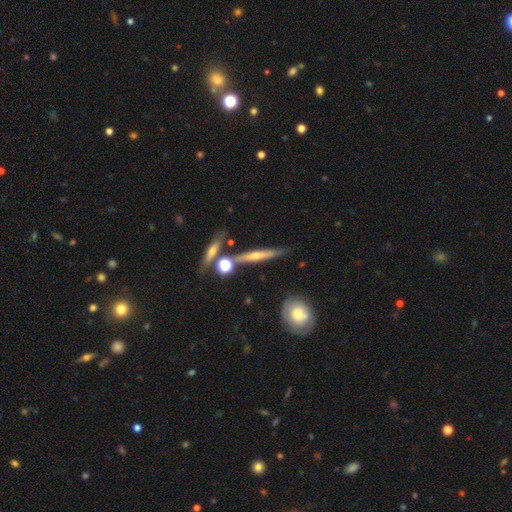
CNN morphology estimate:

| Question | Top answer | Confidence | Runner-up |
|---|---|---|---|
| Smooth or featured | featured or disk | 64% | smooth (28%) |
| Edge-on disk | yes | 95% | no (5%) |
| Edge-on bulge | rounded | 74% | none (19%) |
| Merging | none | 79% | minor disturbance (11%) |